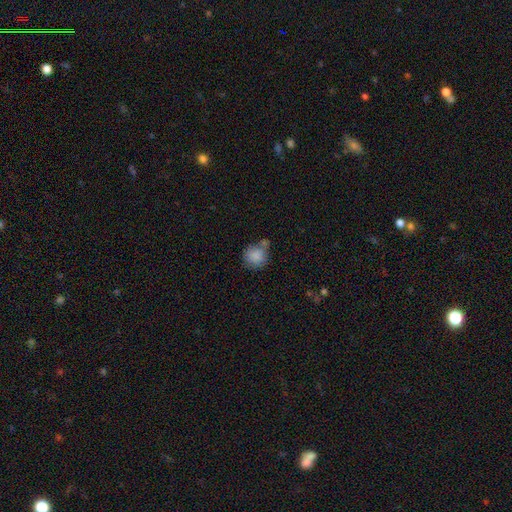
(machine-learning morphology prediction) smooth-or-featured: smooth: 85% | star or artifact: 8% | featured or disk: 7%
  how-rounded: round: 85% | in between: 14% | cigar-shaped: 1%
  merging: none: 52% | merger: 21% | minor disturbance: 20% | major disturbance: 7%